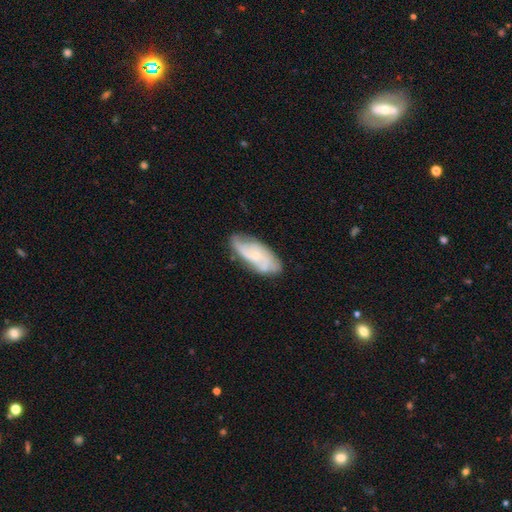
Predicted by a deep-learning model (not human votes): Overall: featured or disk (66%; smooth 28%). Edge-on disk: no (91%). Bar: no (72%). Spiral arms: yes (86%). Spiral arm count: 2 (38%; can't tell 34%). Spiral winding: medium (42%; tight 38%). Bulge size: small (70%). Merging: none (67%).